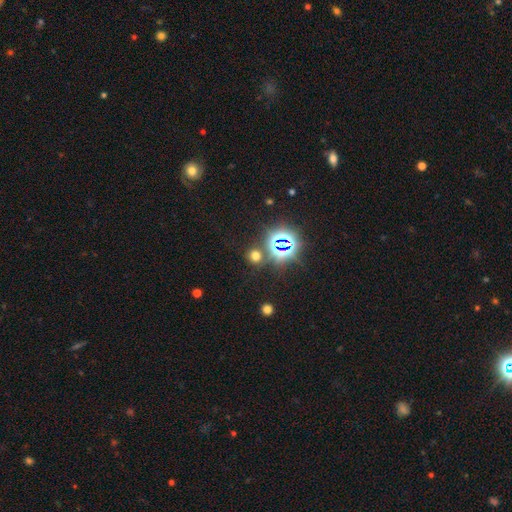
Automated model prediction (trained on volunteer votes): This is possibly a smooth galaxy (53%). How rounded: clearly round (83%). Merging: clearly none (82%).